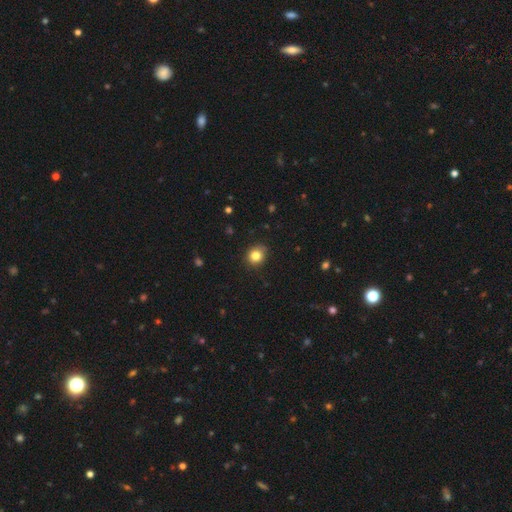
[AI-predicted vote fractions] A smooth galaxy with no disk features (83%) that is round (73%). Merging: none (85%).